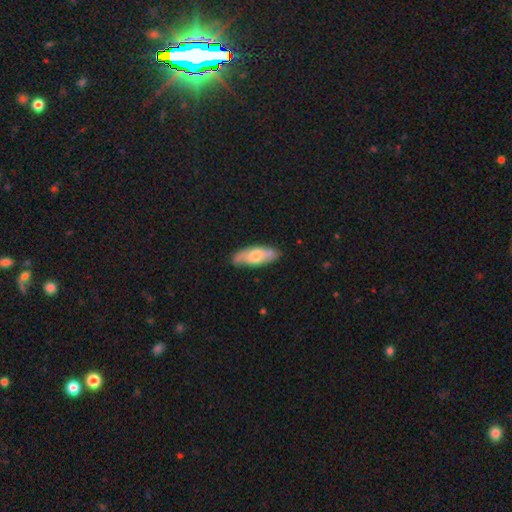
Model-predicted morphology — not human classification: Smooth or featured? smooth (58%)
How rounded? in between (70%)
Merging? none (75%)